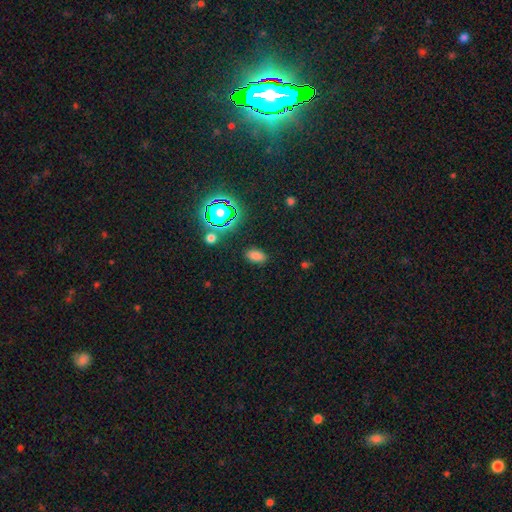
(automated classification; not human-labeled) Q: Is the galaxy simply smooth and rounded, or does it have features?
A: smooth — 74%.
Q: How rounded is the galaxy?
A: in between — 90%.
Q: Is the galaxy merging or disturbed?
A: none — 85%.